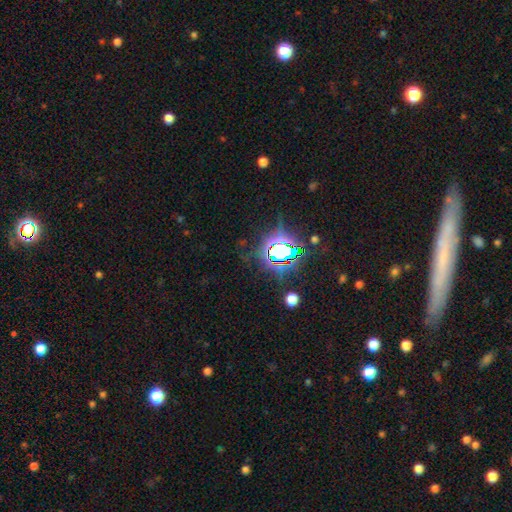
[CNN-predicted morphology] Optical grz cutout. It shows a star or artifact, not a galaxy (81%).